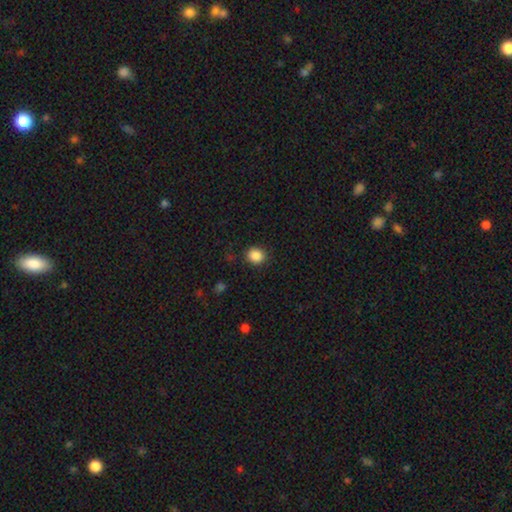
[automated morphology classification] smooth_or_featured: smooth (p=0.87) [alt: star or artifact p=0.10]
how_rounded: round (p=0.77) [alt: in between p=0.22]
merging: none (p=0.88) [alt: minor disturbance p=0.09]